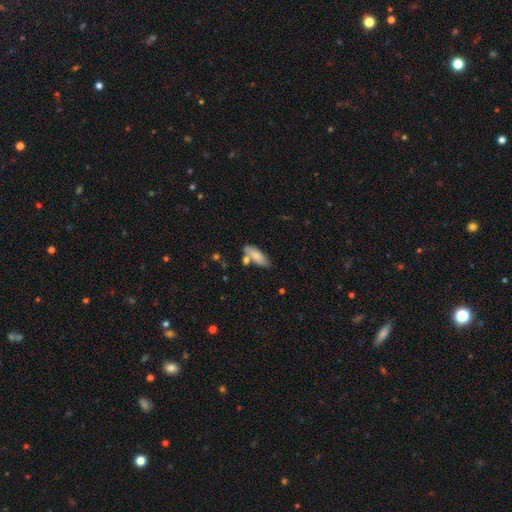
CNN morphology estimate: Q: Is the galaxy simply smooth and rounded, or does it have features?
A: smooth — 78%.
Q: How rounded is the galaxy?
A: in between — 67%.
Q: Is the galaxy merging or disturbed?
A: none — 63%.